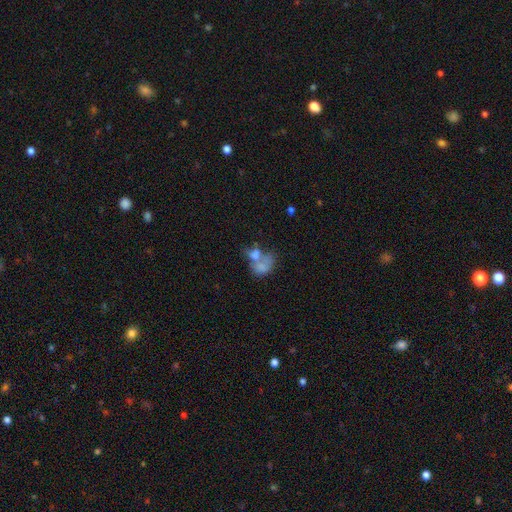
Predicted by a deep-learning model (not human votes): The model was most divided on "how rounded": in between: 67%, round: 31%, cigar-shaped: 2%. More confident: merging — merger (63%); smooth or featured — smooth (62%).